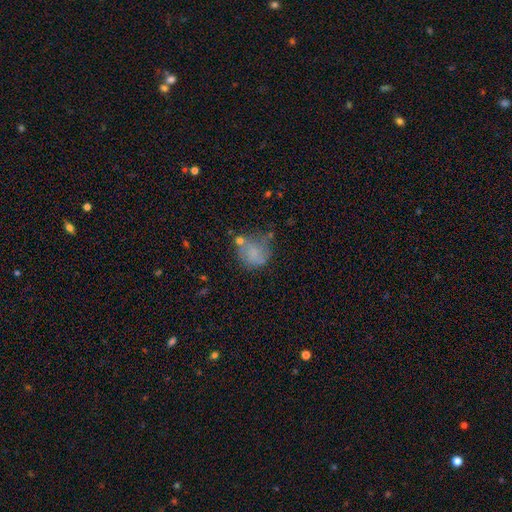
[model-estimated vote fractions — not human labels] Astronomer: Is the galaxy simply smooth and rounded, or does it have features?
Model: smooth — 68%.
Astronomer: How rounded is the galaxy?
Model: round — 72%.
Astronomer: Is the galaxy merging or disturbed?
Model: none — 43% (runner-up: minor disturbance, 27%).